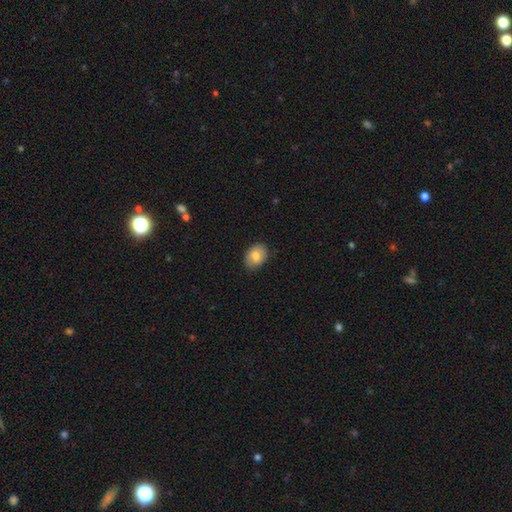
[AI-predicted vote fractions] Q: Smooth or featured?
A: smooth (78%); runner-up: featured or disk (15%)
Q: How rounded?
A: in between (73%); runner-up: round (26%)
Q: Merging?
A: none (82%); runner-up: minor disturbance (15%)